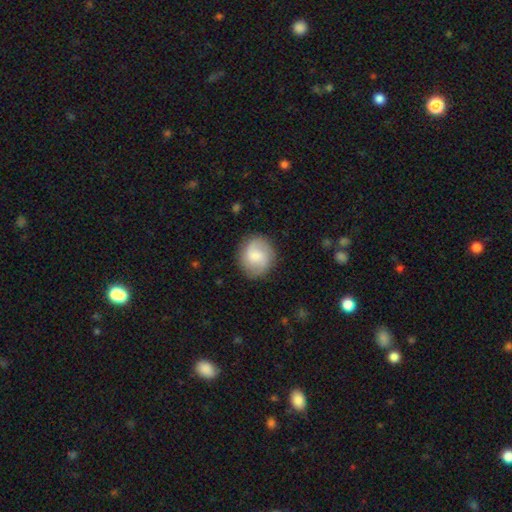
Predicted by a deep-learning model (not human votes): featured or disk 56%, smooth 38%, star or artifact 7%. Down the decision tree: edge-on disk — no (98%); bar — weak (50%); spiral arms — yes (92%); bulge size — small (50%); merging — none (85%).